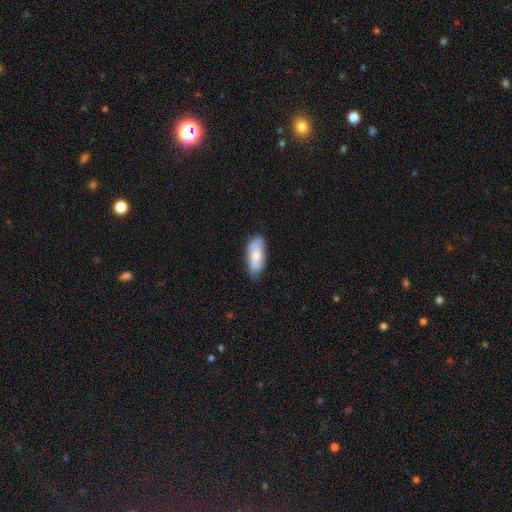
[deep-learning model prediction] A smooth galaxy with no disk features (70%) that is in between round and cigar-shaped (82%). Merging: none (65%).